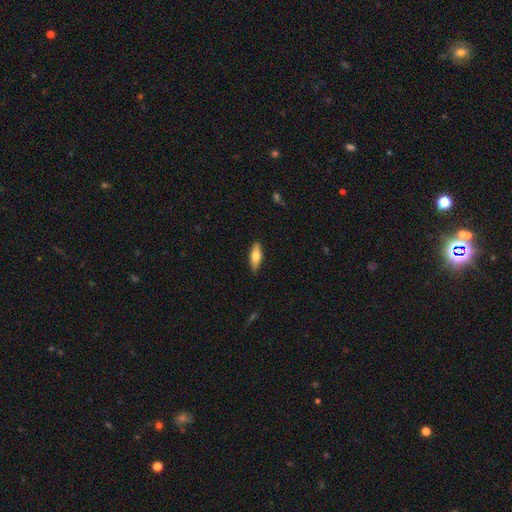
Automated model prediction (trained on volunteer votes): This is likely a smooth galaxy (68%). How rounded: possibly in between (56%). Merging: clearly none (87%).